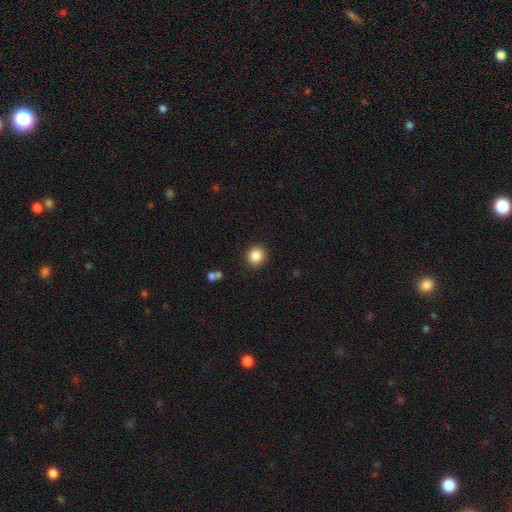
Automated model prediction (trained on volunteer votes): This is clearly a smooth galaxy (87%). How rounded: clearly round (90%). Merging: clearly none (91%).